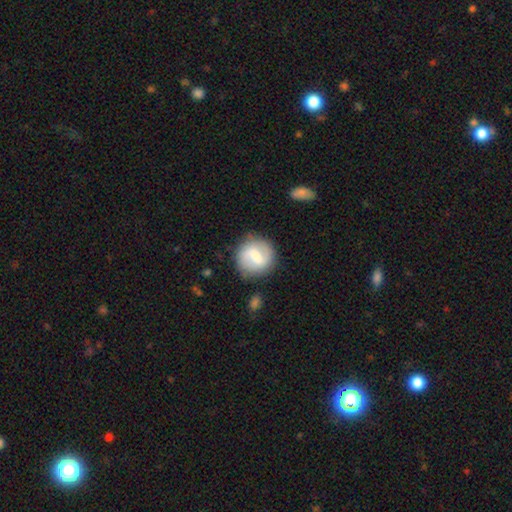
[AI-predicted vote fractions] Smooth or featured?
  - featured or disk: 53% *
  - smooth: 41%
  - star or artifact: 6%
Edge-on disk?
  - no: 97% *
  - yes: 3%
Bar?
  - weak: 52% *
  - strong: 33%
  - no: 14%
Spiral arms?
  - yes: 74% *
  - no: 26%
Bulge size?
  - moderate: 44% *
  - small: 34%
  - none: 10%
  - large: 9%
  - dominant: 2%
Merging?
  - none: 79% *
  - minor disturbance: 13%
  - major disturbance: 5%
  - merger: 3%